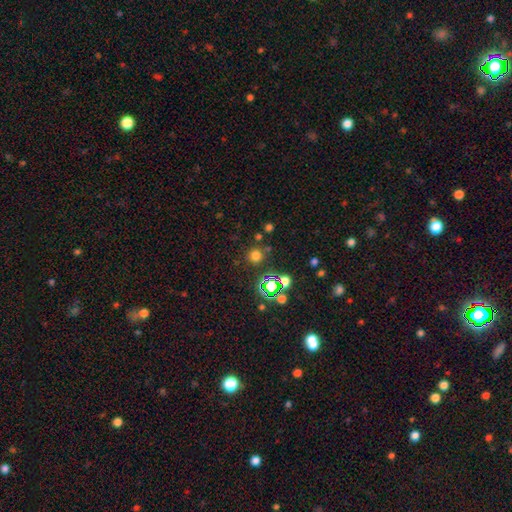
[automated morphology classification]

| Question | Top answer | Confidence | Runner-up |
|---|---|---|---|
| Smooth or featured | smooth | 68% | star or artifact (26%) |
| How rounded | round | 94% | in between (5%) |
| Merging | none | 82% | minor disturbance (8%) |